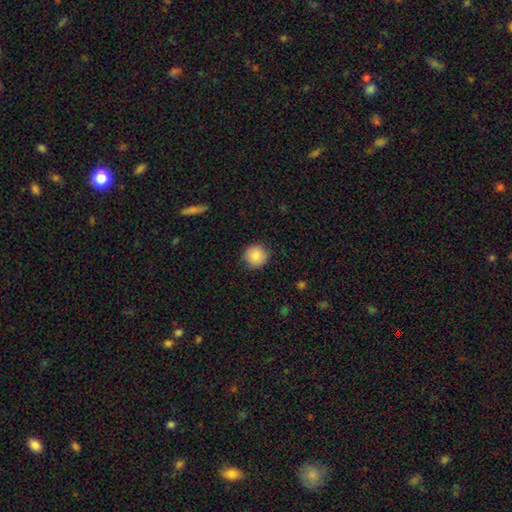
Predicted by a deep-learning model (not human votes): This appears to be a smooth galaxy with no disk features (88%) that is round (95%). Merging: none (90%).